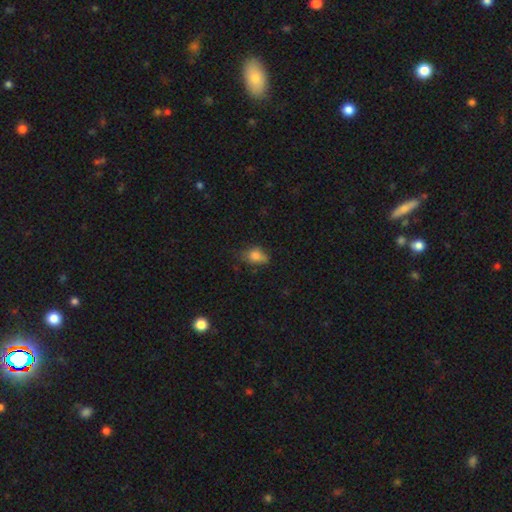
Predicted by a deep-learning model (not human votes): Overall: smooth (79%). How rounded: in between (75%). Merging: none (52%; minor disturbance 34%).